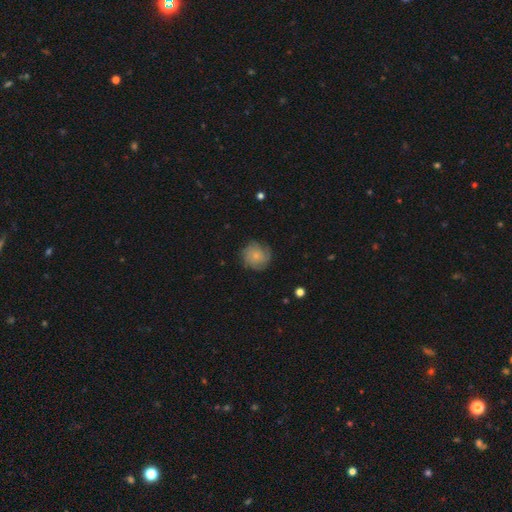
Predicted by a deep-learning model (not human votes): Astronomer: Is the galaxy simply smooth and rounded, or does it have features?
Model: featured or disk — 46% (runner-up: smooth, 45%).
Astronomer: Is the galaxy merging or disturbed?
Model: none — 76%.